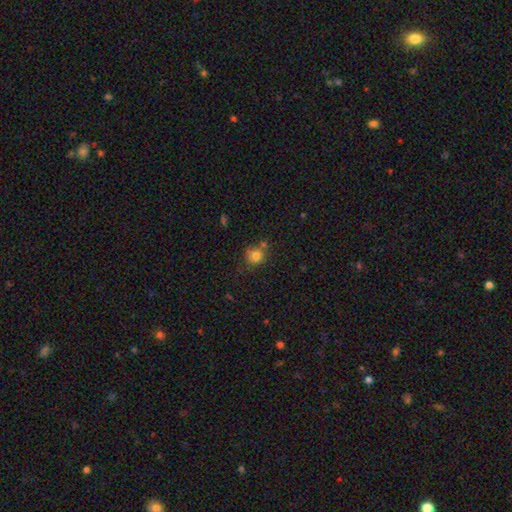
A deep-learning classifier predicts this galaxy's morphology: The model was most divided on "merging": none: 60%, merger: 19%, minor disturbance: 16%, major disturbance: 5%. More confident: how rounded — round (84%); smooth or featured — smooth (80%).